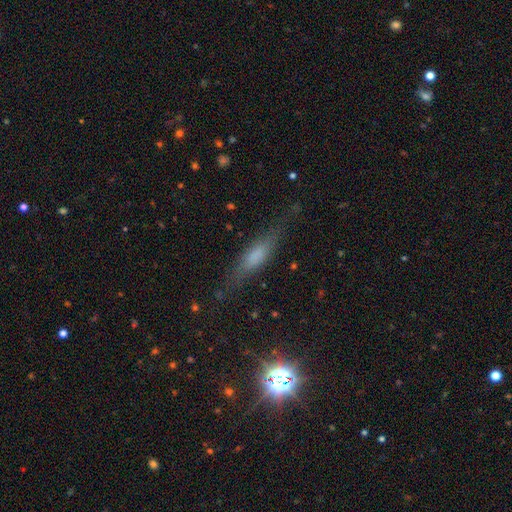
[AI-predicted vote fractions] Overall: smooth (52%; featured or disk 37%). How rounded: cigar-shaped (72%). Merging: none (75%).